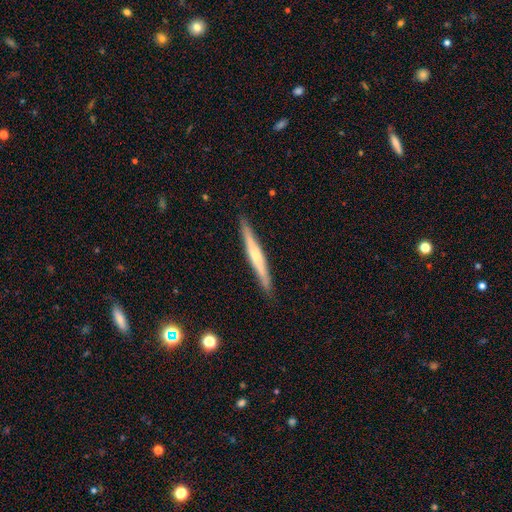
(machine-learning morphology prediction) The model was most divided on "smooth or featured": featured or disk: 61%, smooth: 33%, star or artifact: 6%. More confident: edge-on disk — yes (97%); merging — none (90%); edge-on bulge — rounded (68%).